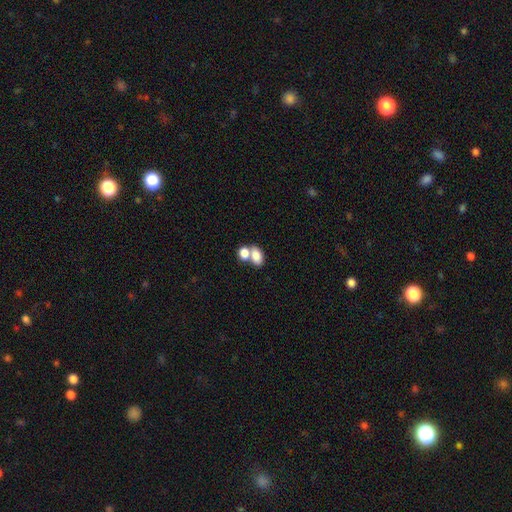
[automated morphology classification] A smooth galaxy with no disk features (81%) that is in between round and cigar-shaped (82%). Merging: merger (54%).